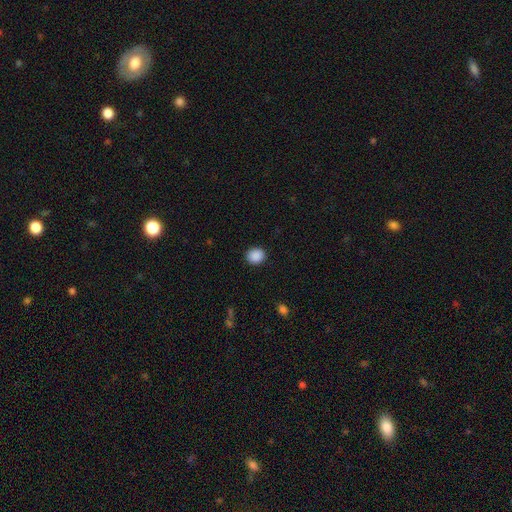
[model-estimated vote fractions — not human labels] A smooth galaxy with no disk features (89%) that is round (75%).

Vote fractions:
- Smooth or featured? smooth: 89% / star or artifact: 9% / featured or disk: 2%
- How rounded? round: 75% / in between: 24% / cigar-shaped: 1%
- Merging? none: 90% / minor disturbance: 6% / major disturbance: 2% / merger: 1%